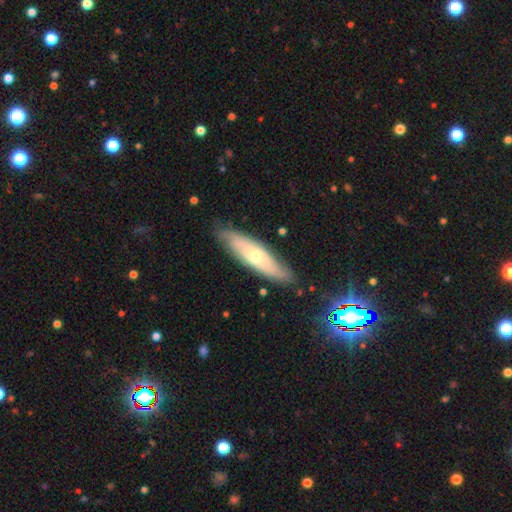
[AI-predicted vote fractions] A featured or disk galaxy (53%). Merging: none (81%).